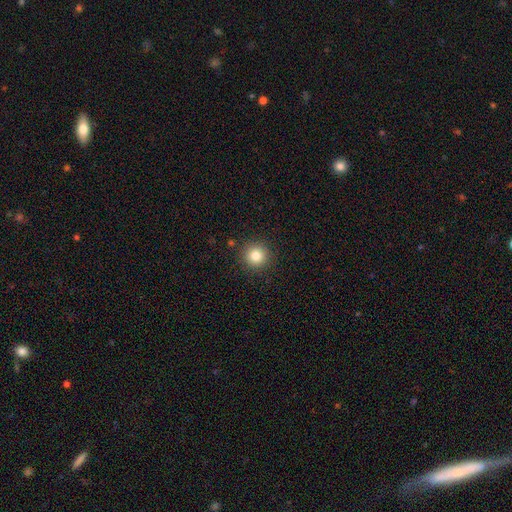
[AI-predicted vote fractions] smooth_or_featured: smooth (p=0.82) [alt: star or artifact p=0.11]
how_rounded: round (p=0.95) [alt: in between p=0.04]
merging: none (p=0.91) [alt: minor disturbance p=0.06]